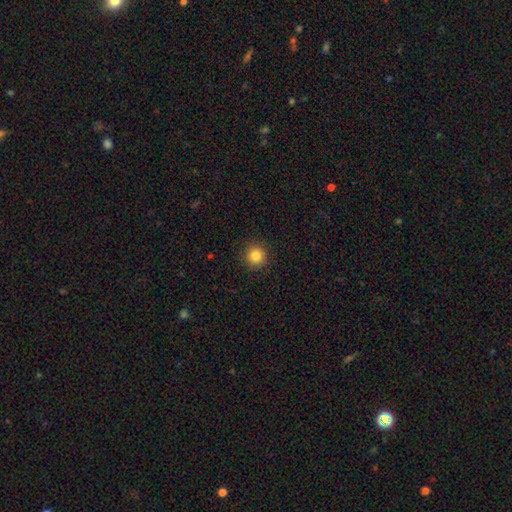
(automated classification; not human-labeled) Morphology: type=smooth (84%); roundness=round (95%); merging=none (92%).